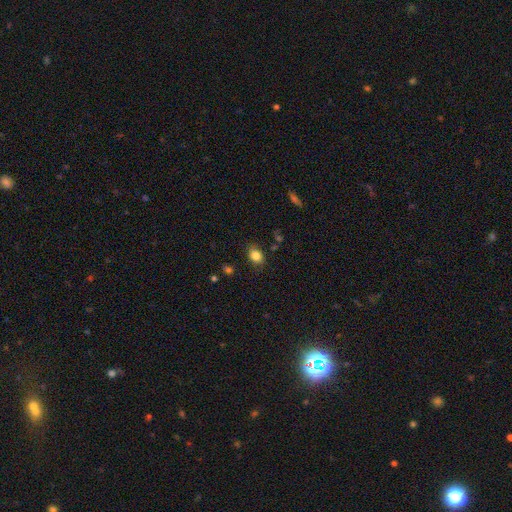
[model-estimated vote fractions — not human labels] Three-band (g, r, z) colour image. It shows a smooth galaxy with no disk features (83%) that is in between round and cigar-shaped (63%). Merging: none (82%).